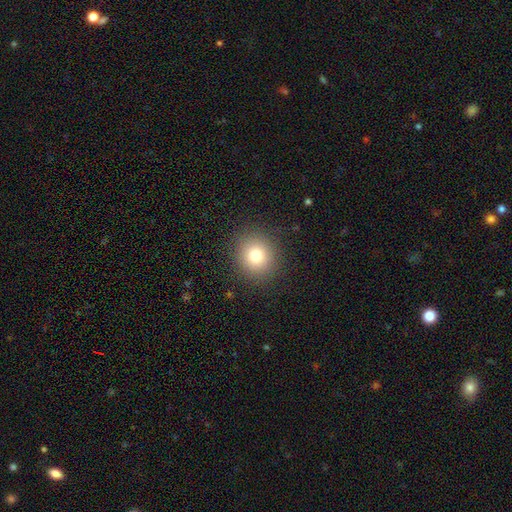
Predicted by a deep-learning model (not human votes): Smooth or featured?
  - smooth: 79% *
  - star or artifact: 12%
  - featured or disk: 9%
How rounded?
  - round: 86% *
  - in between: 13%
  - cigar-shaped: 1%
Merging?
  - none: 89% *
  - minor disturbance: 7%
  - major disturbance: 3%
  - merger: 1%